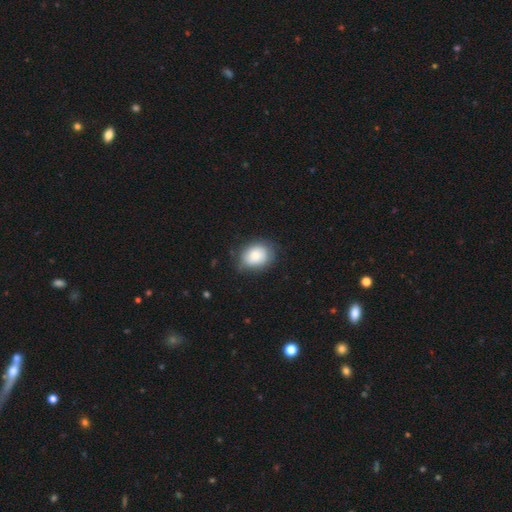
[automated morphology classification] Smooth or featured? Predicted: smooth (p=0.78). How rounded? Predicted: in between (p=0.57). Merging? Predicted: none (p=0.70).